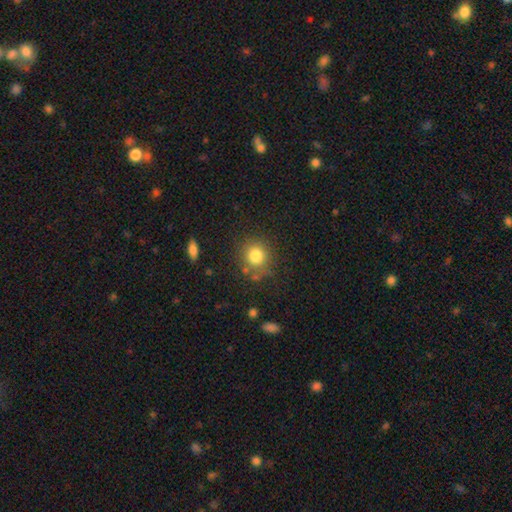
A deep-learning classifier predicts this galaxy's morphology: smooth_or_featured: smooth (p=0.80) [alt: star or artifact p=0.12]
how_rounded: round (p=0.87) [alt: in between p=0.12]
merging: none (p=0.78) [alt: minor disturbance p=0.12]